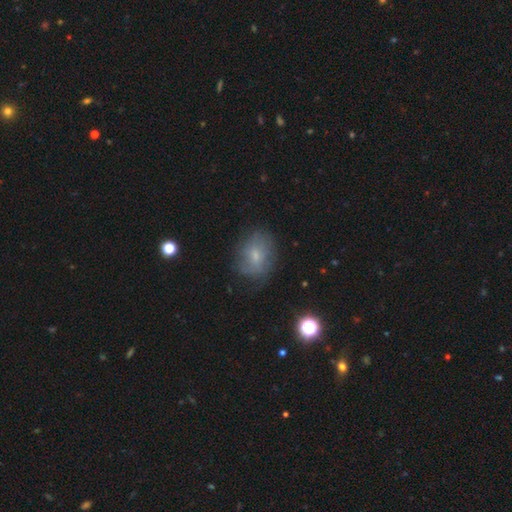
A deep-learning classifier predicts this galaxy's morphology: smooth_or_featured: smooth (p=0.62) [alt: featured or disk p=0.26]
how_rounded: in between (p=0.59) [alt: round p=0.40]
merging: none (p=0.68) [alt: minor disturbance p=0.22]